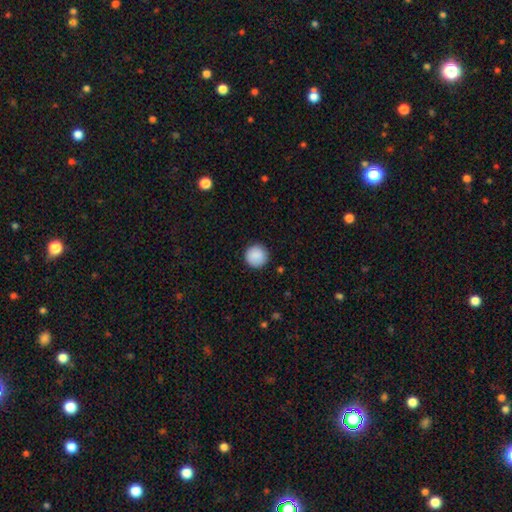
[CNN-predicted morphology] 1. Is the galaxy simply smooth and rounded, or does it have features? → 89% smooth, 7% star or artifact, 4% featured or disk.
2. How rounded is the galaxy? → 95% round, 4% in between, 1% cigar-shaped.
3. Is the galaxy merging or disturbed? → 91% none, 6% minor disturbance, 2% major disturbance, 1% merger.